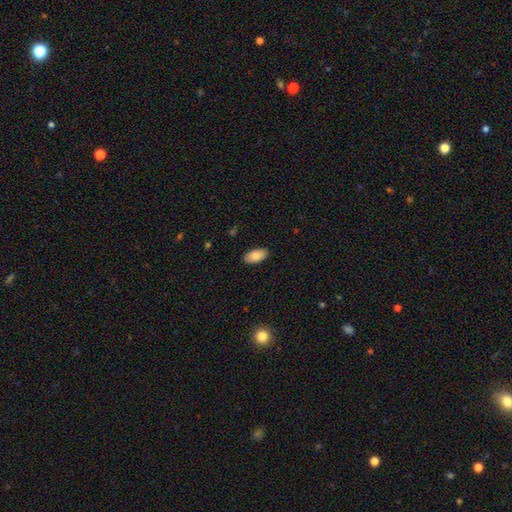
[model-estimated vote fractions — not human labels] This is clearly a smooth galaxy (84%). How rounded: clearly in between (94%). Merging: clearly none (89%).